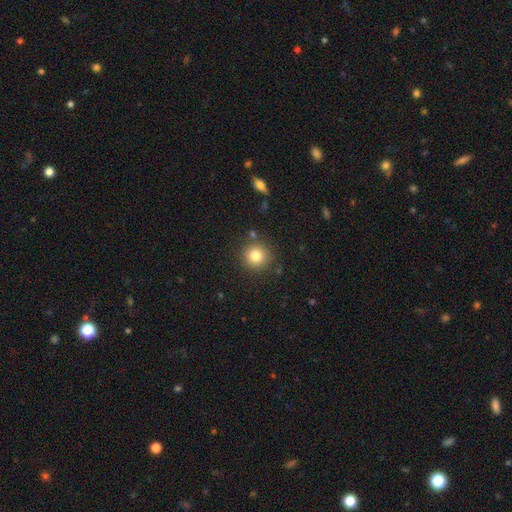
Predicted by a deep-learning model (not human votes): smooth 82%, star or artifact 11%, featured or disk 7%. Down the decision tree: how rounded — round (93%); merging — none (85%).